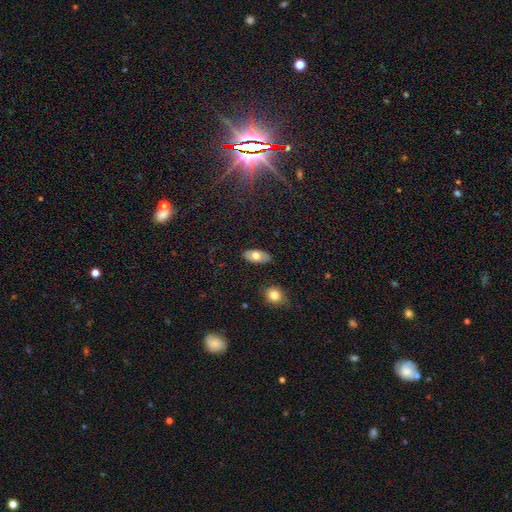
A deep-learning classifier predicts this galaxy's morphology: Overall: smooth (70%). How rounded: in between (92%). Merging: none (87%).